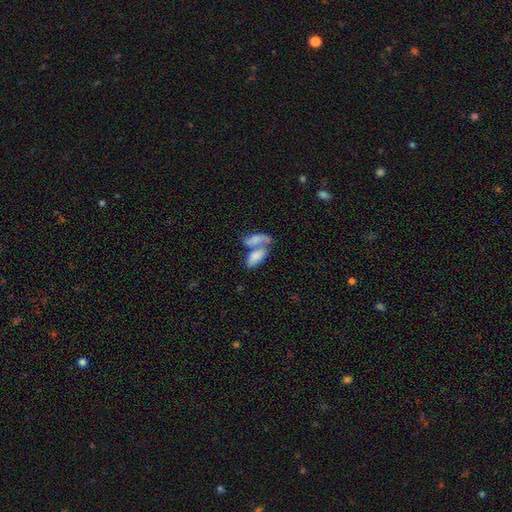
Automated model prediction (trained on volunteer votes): This appears to be a smooth galaxy with no disk features (74%) that is in between round and cigar-shaped (88%). Merging: merger (65%).